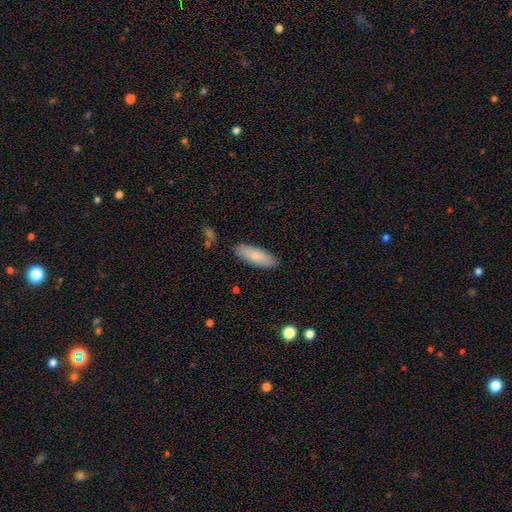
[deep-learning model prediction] The model was most divided on "how rounded": in between: 54%, cigar-shaped: 44%, round: 2%. More confident: merging — none (87%); smooth or featured — smooth (81%).